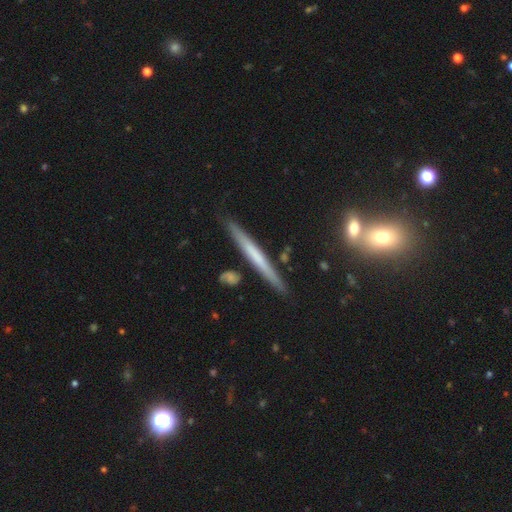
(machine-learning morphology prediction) This appears to be a featured or disk galaxy (49%). Merging: none (88%).